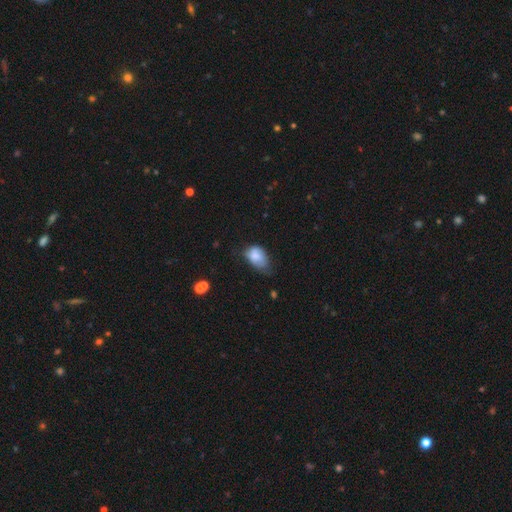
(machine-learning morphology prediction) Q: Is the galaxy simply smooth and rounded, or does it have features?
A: smooth — 78%.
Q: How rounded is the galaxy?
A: in between — 84%.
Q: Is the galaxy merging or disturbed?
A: minor disturbance — 48%.